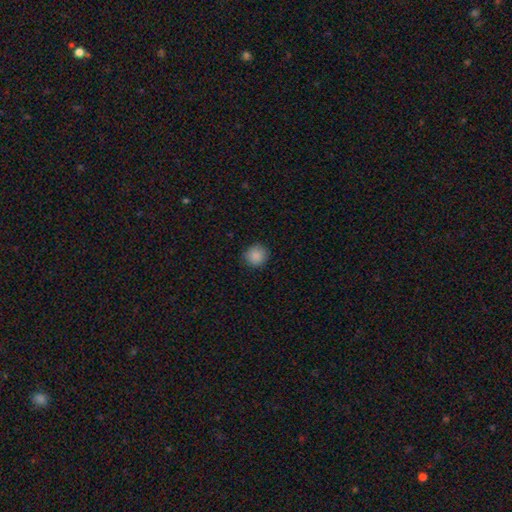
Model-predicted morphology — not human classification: Smooth or featured? Predicted: smooth (p=0.88). How rounded? Predicted: round (p=0.92). Merging? Predicted: none (p=0.90).